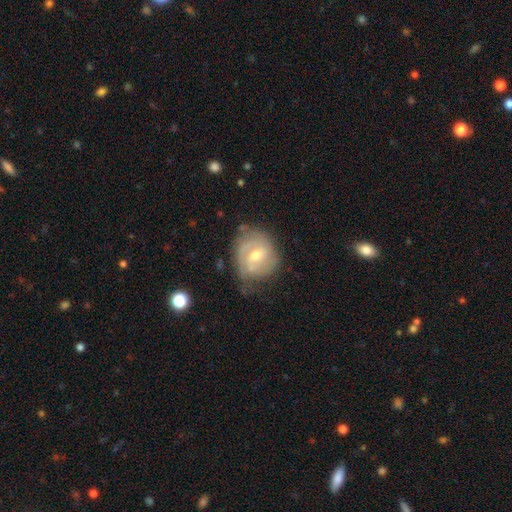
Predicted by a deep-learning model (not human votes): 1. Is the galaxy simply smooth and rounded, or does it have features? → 79% featured or disk, 15% smooth, 6% star or artifact.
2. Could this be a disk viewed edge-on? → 97% no, 3% yes.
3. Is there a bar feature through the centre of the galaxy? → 54% weak, 31% no, 14% strong.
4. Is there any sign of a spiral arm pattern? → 91% yes, 9% no.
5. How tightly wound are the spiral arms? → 56% tight, 34% medium, 10% loose.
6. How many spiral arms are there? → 50% 2, 26% can't tell, 13% 3, 6% 1, 3% 4, 2% more than 4.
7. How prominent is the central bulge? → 55% moderate, 42% small, 2% large, 1% none, 1% dominant.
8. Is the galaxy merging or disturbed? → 61% none, 27% minor disturbance, 10% major disturbance, 2% merger.